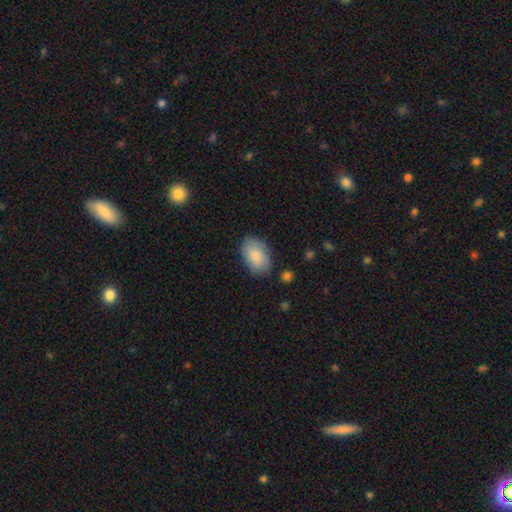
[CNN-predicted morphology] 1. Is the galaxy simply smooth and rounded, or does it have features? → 84% smooth, 10% featured or disk, 6% star or artifact.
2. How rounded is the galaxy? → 91% in between, 8% round, 1% cigar-shaped.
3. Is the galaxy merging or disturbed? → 77% none, 17% minor disturbance, 4% major disturbance, 2% merger.